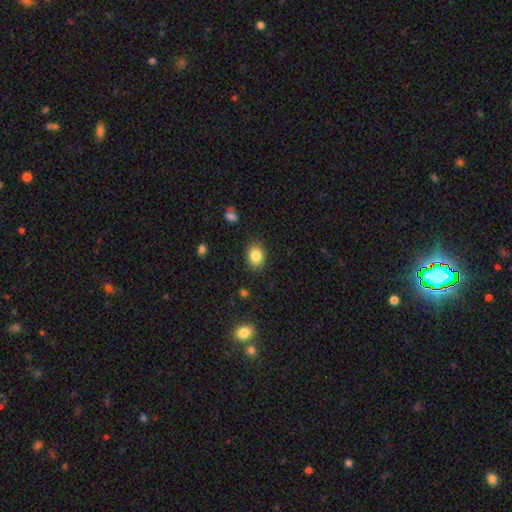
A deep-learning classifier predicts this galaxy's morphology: This is clearly a smooth galaxy (85%). How rounded: likely in between (63%). Merging: clearly none (87%).